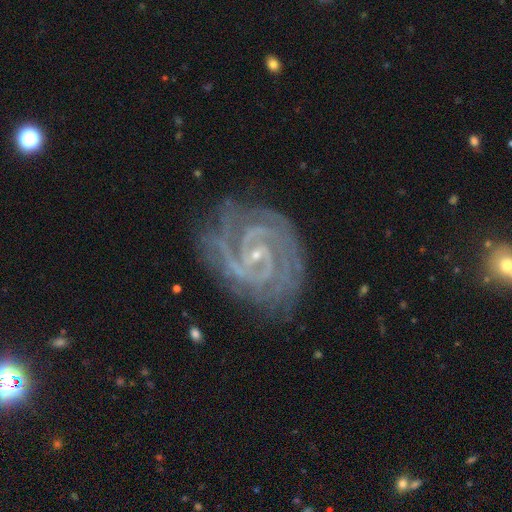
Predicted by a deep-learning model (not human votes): Morphology: type=featured or disk (92%); edge-on=no (98%); bar=weak (44%); spiral arms=yes (99%); winding=tight (71%); arm count=2 (66%); bulge=small (85%); merging=none (76%).